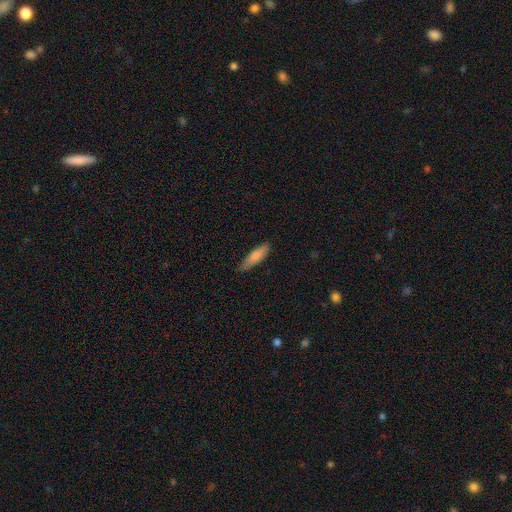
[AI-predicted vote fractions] Smooth or featured? Predicted: smooth (p=0.77). How rounded? Predicted: cigar-shaped (p=0.63). Merging? Predicted: none (p=0.77).